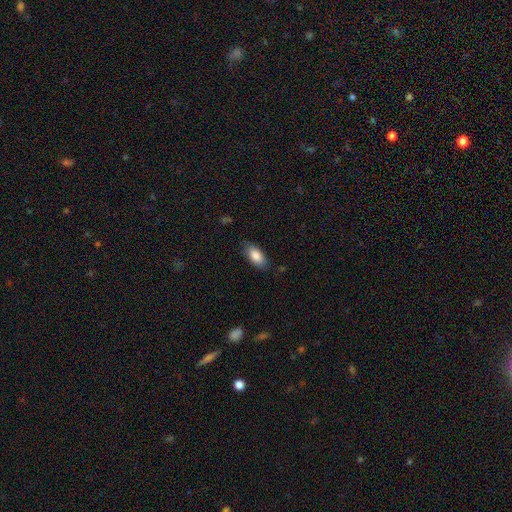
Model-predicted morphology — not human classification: smooth_or_featured: smooth (p=0.86) [alt: featured or disk p=0.08]
how_rounded: in between (p=0.90) [alt: cigar-shaped p=0.07]
merging: none (p=0.80) [alt: minor disturbance p=0.16]